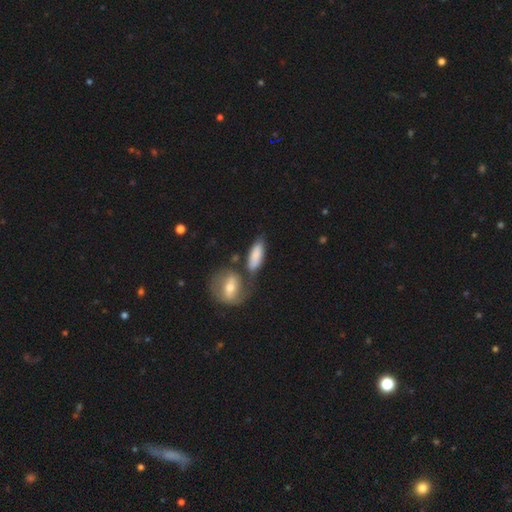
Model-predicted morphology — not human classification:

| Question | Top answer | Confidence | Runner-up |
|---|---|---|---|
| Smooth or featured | smooth | 77% | featured or disk (17%) |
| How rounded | in between | 65% | cigar-shaped (31%) |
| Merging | none | 53% | merger (24%) |